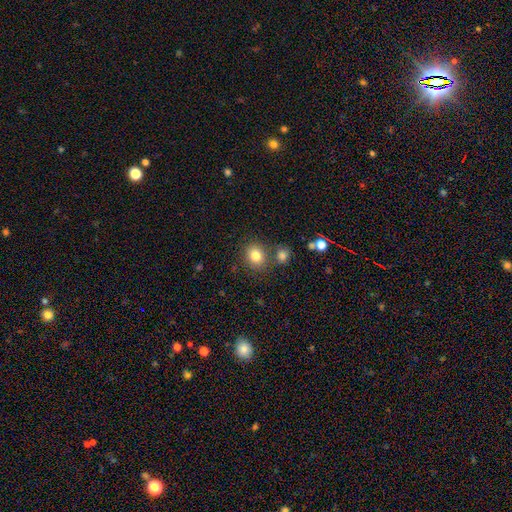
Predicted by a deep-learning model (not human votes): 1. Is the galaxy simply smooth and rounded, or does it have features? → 81% smooth, 12% star or artifact, 8% featured or disk.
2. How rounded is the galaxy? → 66% round, 33% in between, 1% cigar-shaped.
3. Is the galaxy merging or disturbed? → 73% none, 14% merger, 10% minor disturbance, 3% major disturbance.